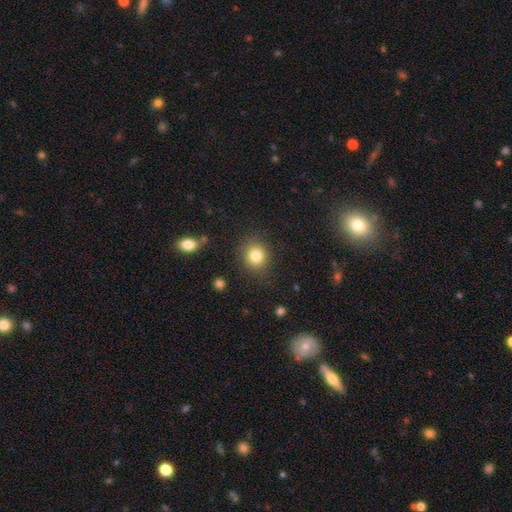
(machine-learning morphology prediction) The model was most divided on "how rounded": round: 79%, in between: 20%, cigar-shaped: 1%. More confident: merging — none (84%); smooth or featured — smooth (82%).